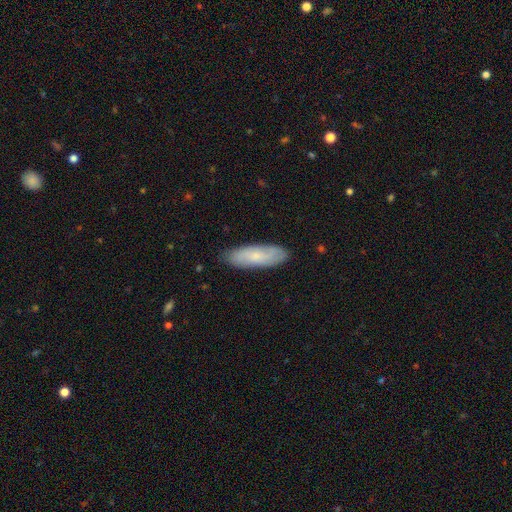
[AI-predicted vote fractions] Smooth or featured: smooth — 66% (featured or disk — 27%)
How rounded: cigar-shaped — 51% (in between — 48%)
Merging: none — 86% (minor disturbance — 11%)